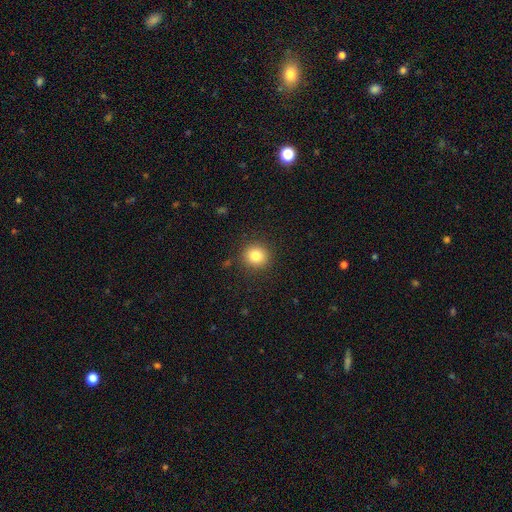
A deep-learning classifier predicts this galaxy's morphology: Smooth or featured: smooth — 82% (star or artifact — 11%)
How rounded: round — 91% (in between — 8%)
Merging: none — 90% (minor disturbance — 7%)